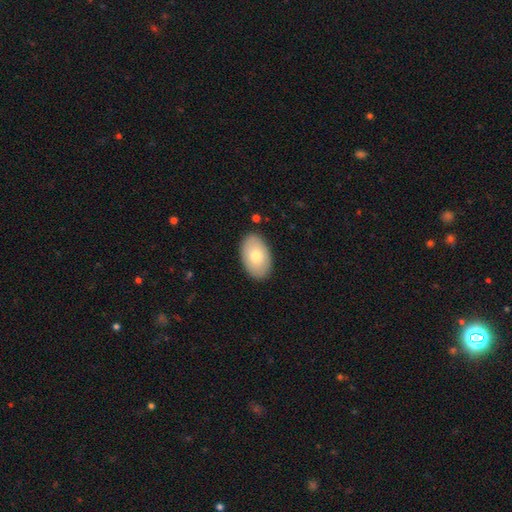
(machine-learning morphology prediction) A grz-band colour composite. It shows a smooth galaxy with no disk features (74%) that is in between round and cigar-shaped (93%). Merging: none (88%).